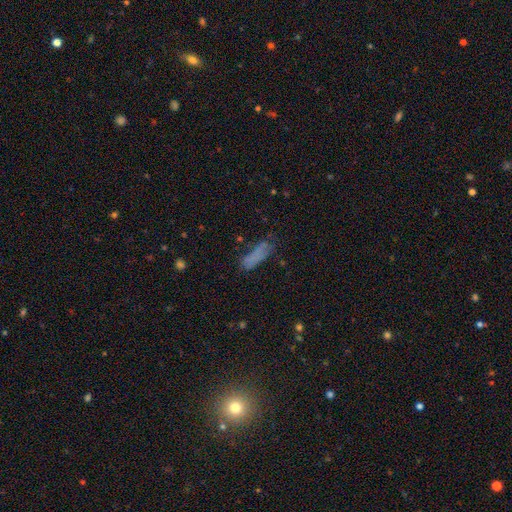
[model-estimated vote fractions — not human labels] smooth_or_featured: smooth (p=0.73) [alt: featured or disk p=0.15]
how_rounded: cigar-shaped (p=0.54) [alt: in between p=0.44]
merging: none (p=0.60) [alt: minor disturbance p=0.24]